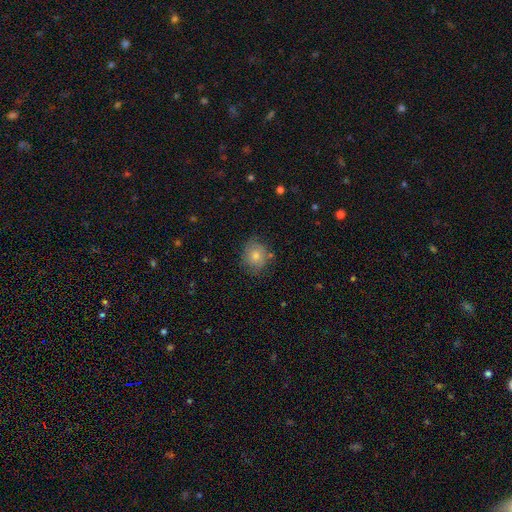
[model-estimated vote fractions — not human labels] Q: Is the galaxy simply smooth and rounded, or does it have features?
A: smooth — 69%.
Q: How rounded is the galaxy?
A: round — 77%.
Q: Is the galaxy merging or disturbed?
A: none — 79%.